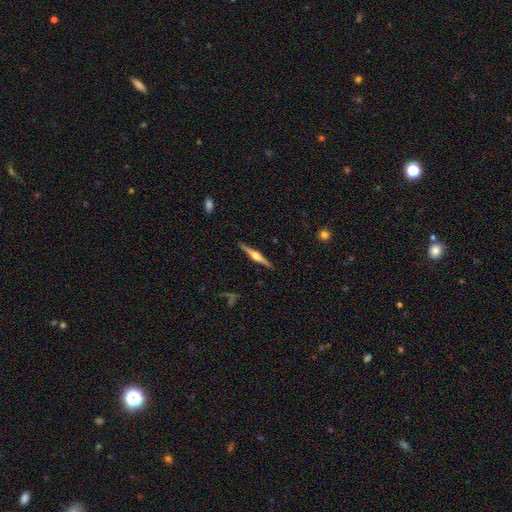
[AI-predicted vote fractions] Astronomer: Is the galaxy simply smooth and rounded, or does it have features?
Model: featured or disk — 79%.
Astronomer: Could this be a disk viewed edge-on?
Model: yes — 98%.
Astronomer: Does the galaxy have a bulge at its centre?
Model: rounded — 90%.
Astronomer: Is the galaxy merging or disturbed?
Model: none — 90%.